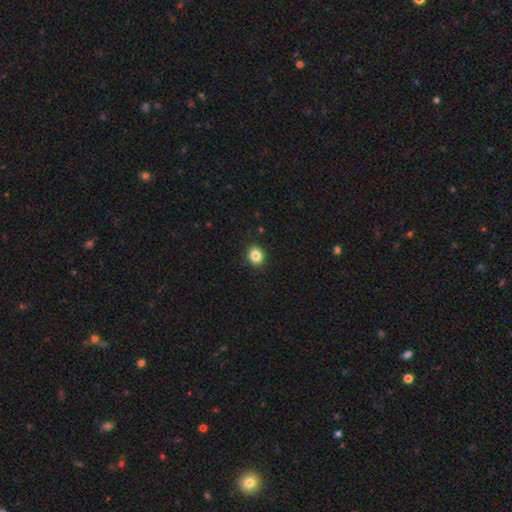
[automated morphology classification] Smooth or featured? smooth (85%)
How rounded? round (76%)
Merging? none (91%)